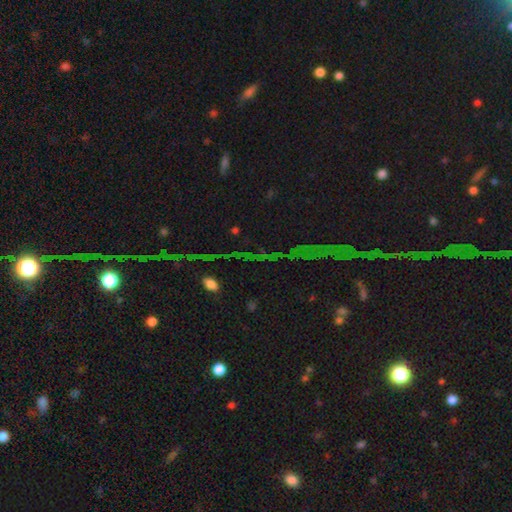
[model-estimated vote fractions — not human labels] A star or artifact, not a galaxy (80%).

Vote fractions:
- Smooth or featured? star or artifact: 80% / featured or disk: 10% / smooth: 10%